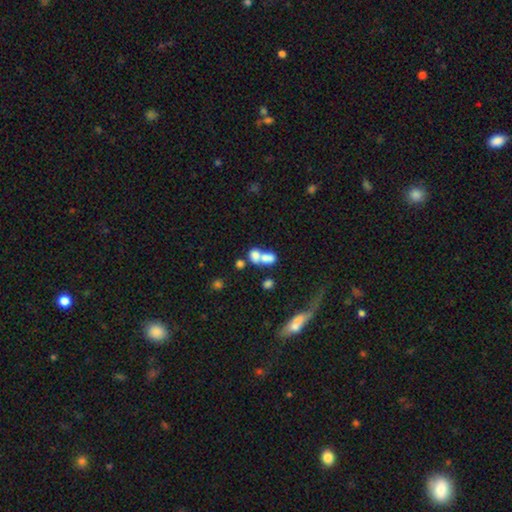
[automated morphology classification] smooth 68%, featured or disk 21%, star or artifact 11%. Down the decision tree: how rounded — in between (63%); merging — merger (71%).